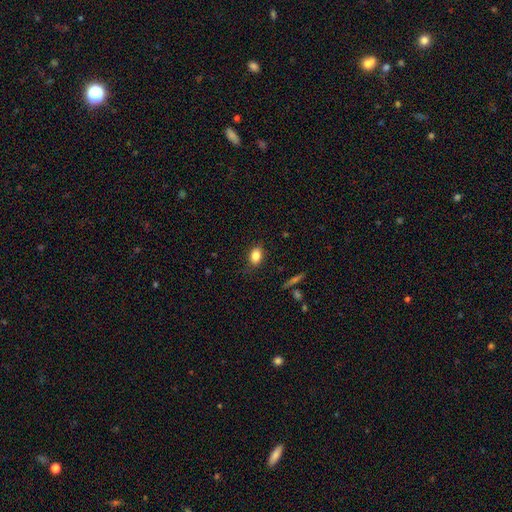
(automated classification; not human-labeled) The model was most divided on "how rounded": in between: 79%, round: 18%, cigar-shaped: 2%. More confident: smooth or featured — smooth (84%); merging — none (80%).